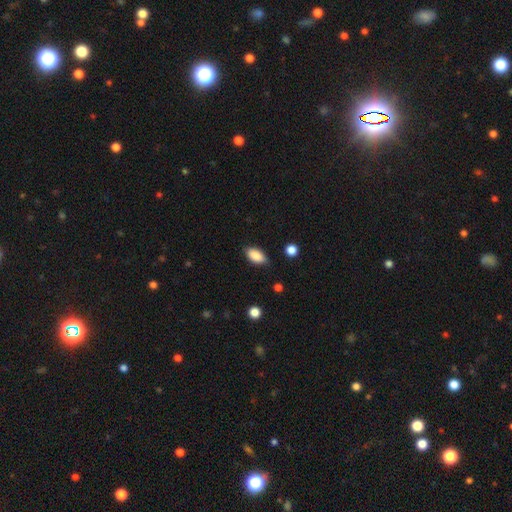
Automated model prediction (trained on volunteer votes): This is clearly a smooth galaxy (88%). How rounded: clearly in between (91%). Merging: clearly none (83%).